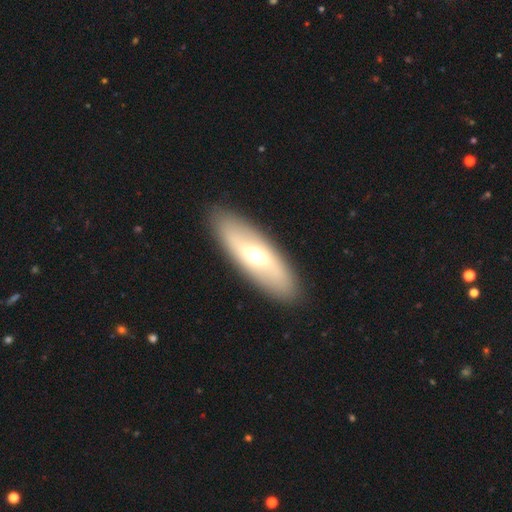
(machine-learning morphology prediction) The model was most divided on "smooth or featured" (2-way tie): smooth: 47%, featured or disk: 47%, star or artifact: 6%. More confident: merging — none (89%).